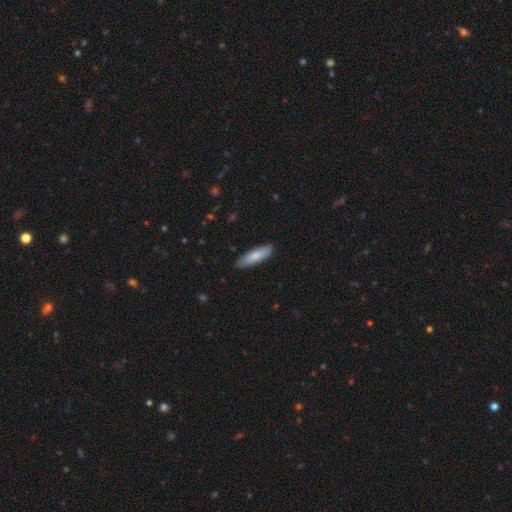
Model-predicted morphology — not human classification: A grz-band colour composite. It shows a smooth galaxy with no disk features (78%) that is cigar-shaped (62%). Merging: none (87%).